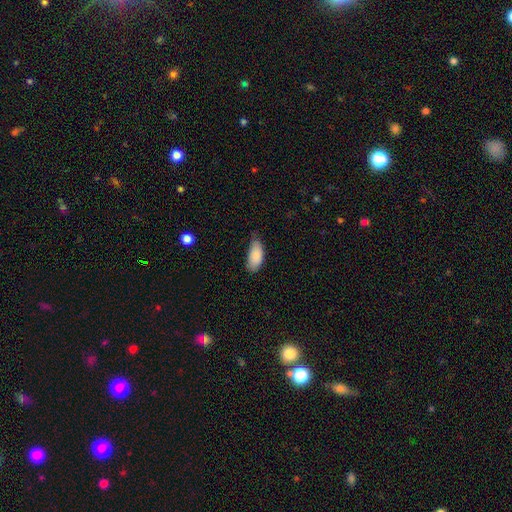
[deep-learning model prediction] Overall: smooth (87%). How rounded: in between (91%). Merging: none (53%; minor disturbance 39%).